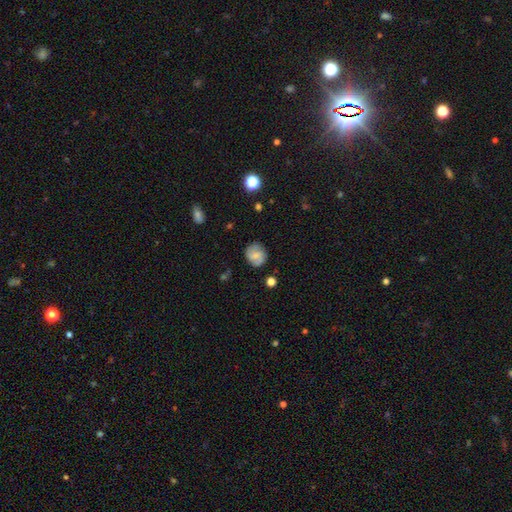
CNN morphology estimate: Overall: featured or disk (46%; smooth 45%). Merging: none (79%).